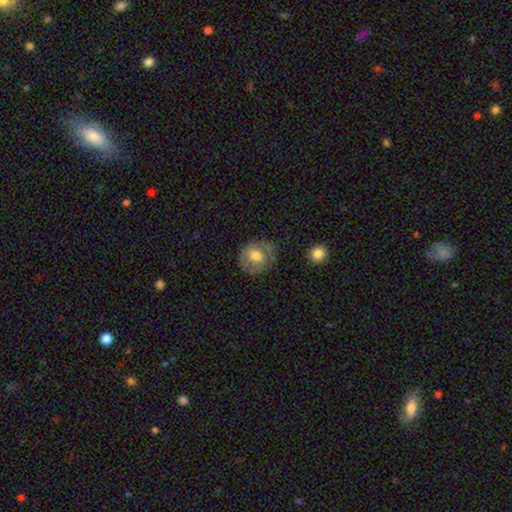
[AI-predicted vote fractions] Smooth or featured?
  - smooth: 55% *
  - featured or disk: 38%
  - star or artifact: 7%
How rounded?
  - round: 79% *
  - in between: 20%
  - cigar-shaped: 1%
Merging?
  - none: 75% *
  - minor disturbance: 17%
  - major disturbance: 6%
  - merger: 2%